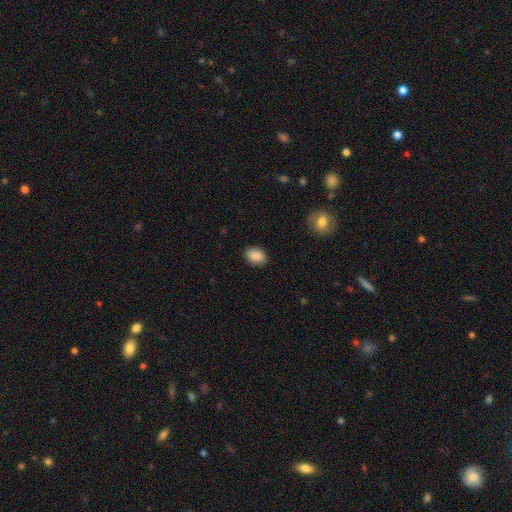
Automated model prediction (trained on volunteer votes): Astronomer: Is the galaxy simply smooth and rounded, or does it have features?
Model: smooth — 88%.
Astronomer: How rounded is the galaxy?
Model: in between — 81%.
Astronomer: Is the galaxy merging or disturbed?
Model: none — 87%.